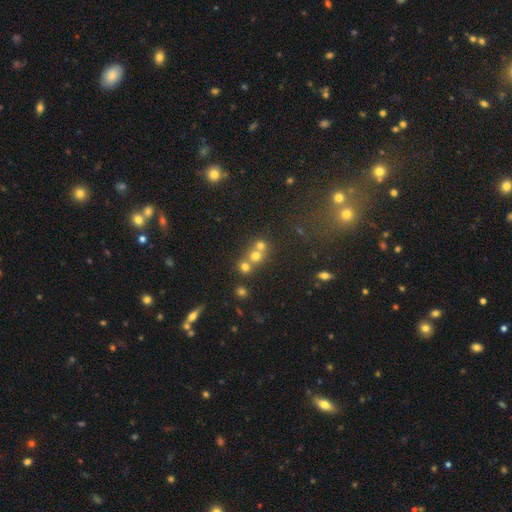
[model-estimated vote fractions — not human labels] This appears to be a smooth galaxy with no disk features (61%) that is round (85%). Merging: merger (50%).